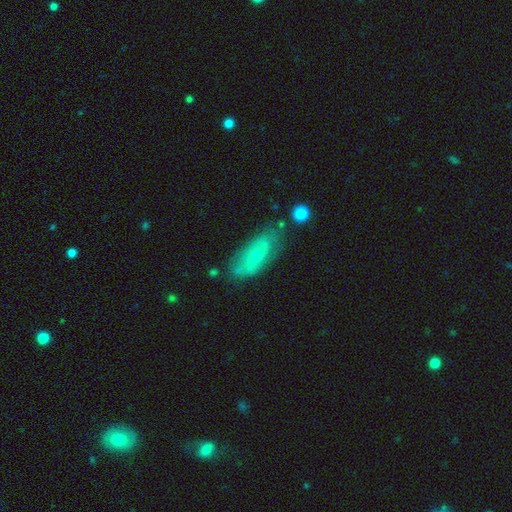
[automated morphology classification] Overall: featured or disk (50%; smooth 42%). Merging: none (65%).